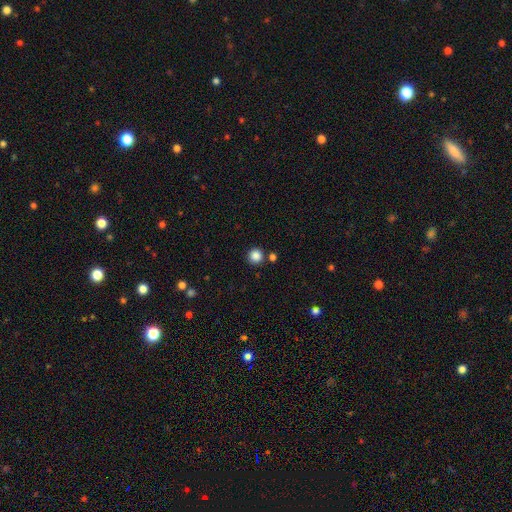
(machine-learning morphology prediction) The model was most divided on "smooth or featured": smooth: 86%, star or artifact: 11%, featured or disk: 3%. More confident: how rounded — round (95%); merging — none (84%).